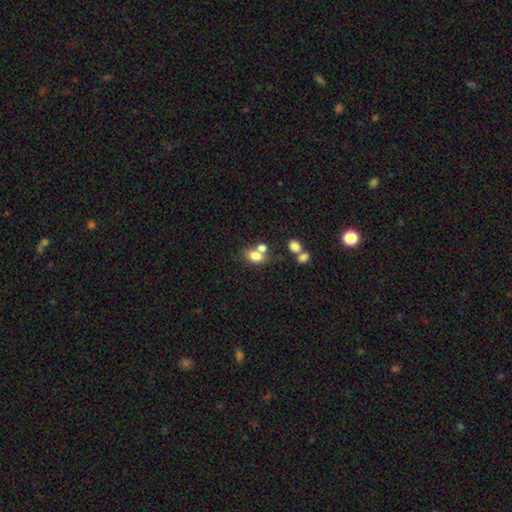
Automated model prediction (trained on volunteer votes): Smooth or featured? smooth (76%)
How rounded? in between (64%)
Merging? none (42%)